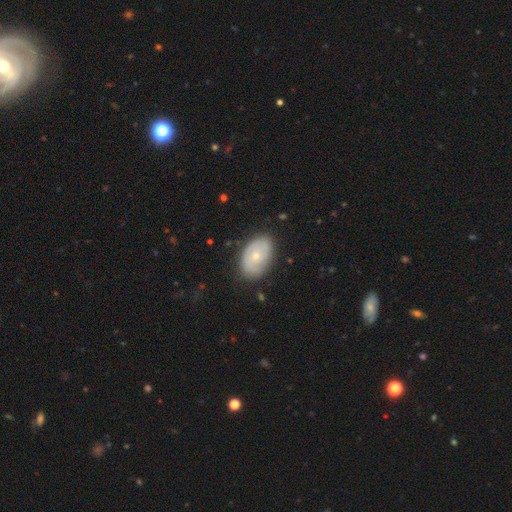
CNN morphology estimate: A smooth galaxy with no disk features (49%).

Vote fractions:
- Smooth or featured? smooth: 49% / featured or disk: 44% / star or artifact: 7%
- Merging? none: 78% / minor disturbance: 16% / major disturbance: 4% / merger: 1%